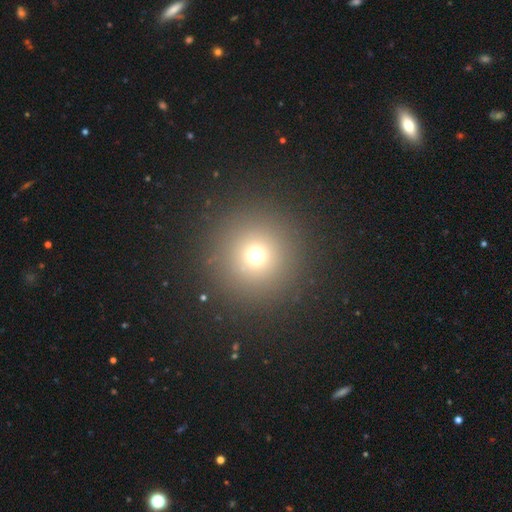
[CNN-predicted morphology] smooth_or_featured: smooth (p=0.69) [alt: star or artifact p=0.21]
how_rounded: round (p=0.96) [alt: in between p=0.03]
merging: none (p=0.90) [alt: minor disturbance p=0.05]